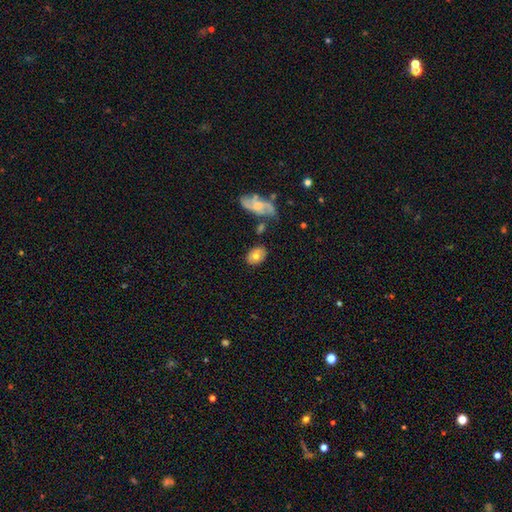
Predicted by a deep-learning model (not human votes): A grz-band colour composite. It shows a smooth galaxy with no disk features (68%) that is in between round and cigar-shaped (76%). Merging: none (74%).